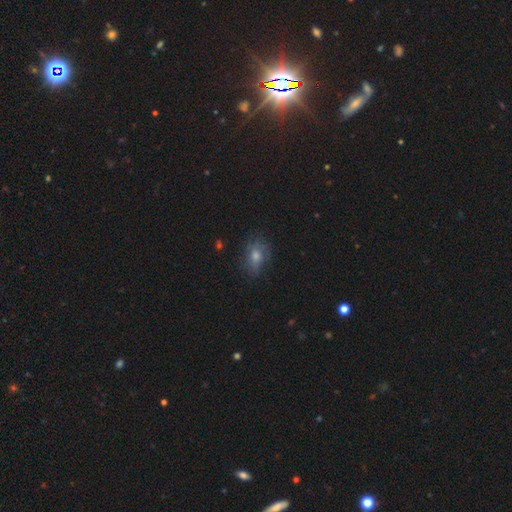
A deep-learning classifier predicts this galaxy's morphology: The model was most divided on "smooth or featured": smooth: 54%, featured or disk: 27%, star or artifact: 19%. More confident: merging — none (68%); how rounded — in between (63%).